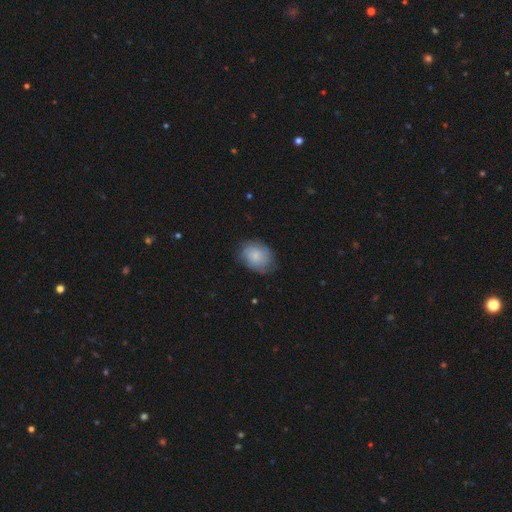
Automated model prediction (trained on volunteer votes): Smooth or featured?
  - smooth: 65% *
  - featured or disk: 28%
  - star or artifact: 8%
How rounded?
  - in between: 57% *
  - round: 42%
  - cigar-shaped: 1%
Merging?
  - none: 68% *
  - minor disturbance: 24%
  - major disturbance: 7%
  - merger: 1%